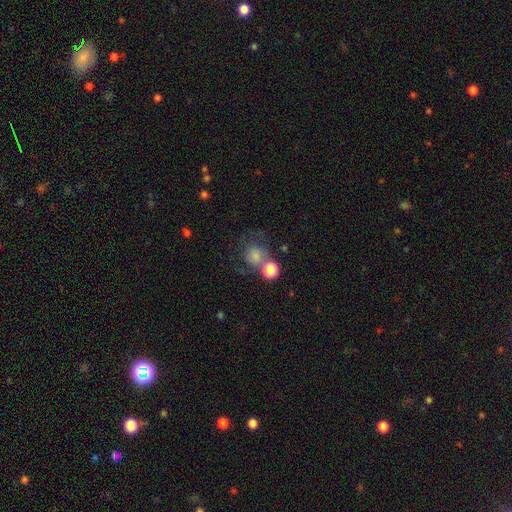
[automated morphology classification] smooth 72%, featured or disk 15%, star or artifact 13%. Down the decision tree: how rounded — round (82%); merging — none (46%).